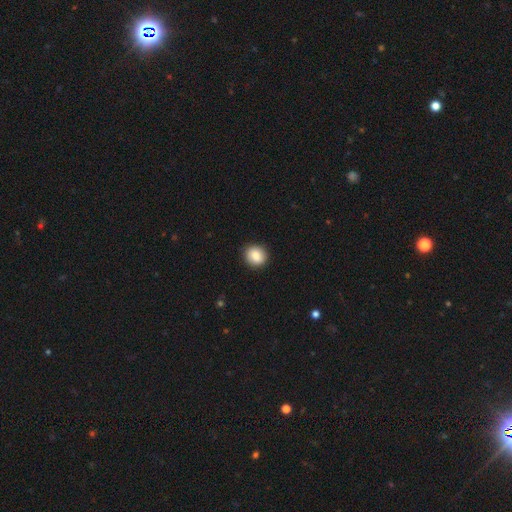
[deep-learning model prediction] Smooth or featured? smooth (86%)
How rounded? round (77%)
Merging? none (90%)